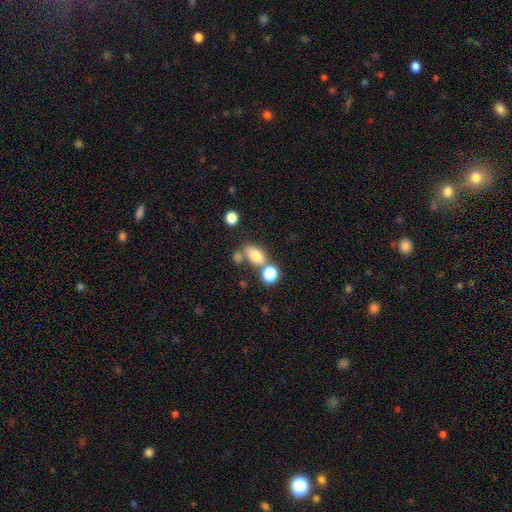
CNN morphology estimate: The model was most divided on "merging": none: 54%, merger: 26%, minor disturbance: 14%, major disturbance: 6%. More confident: how rounded — in between (81%); smooth or featured — smooth (77%).